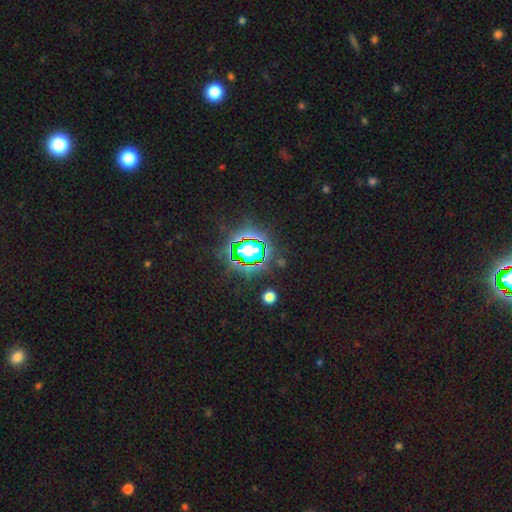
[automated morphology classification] smooth_or_featured: star or artifact (p=0.72) [alt: smooth p=0.18]